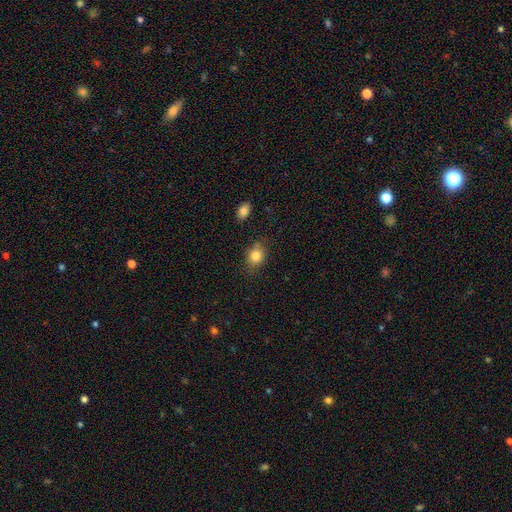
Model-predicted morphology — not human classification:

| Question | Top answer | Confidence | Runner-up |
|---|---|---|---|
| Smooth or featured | smooth | 83% | star or artifact (9%) |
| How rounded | in between | 52% | round (47%) |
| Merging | none | 74% | minor disturbance (18%) |